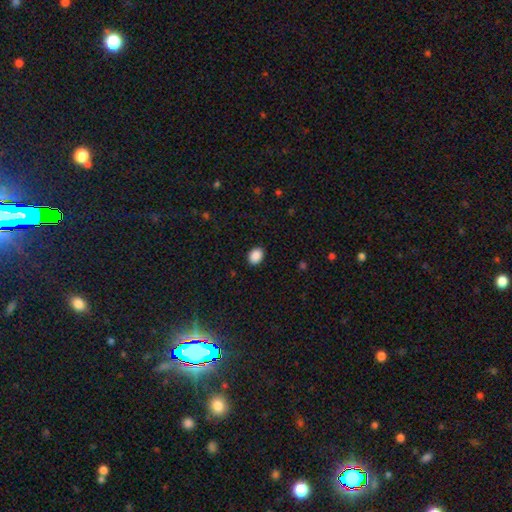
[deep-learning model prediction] A smooth galaxy with no disk features (89%) that is in between round and cigar-shaped (62%). Merging: none (90%).